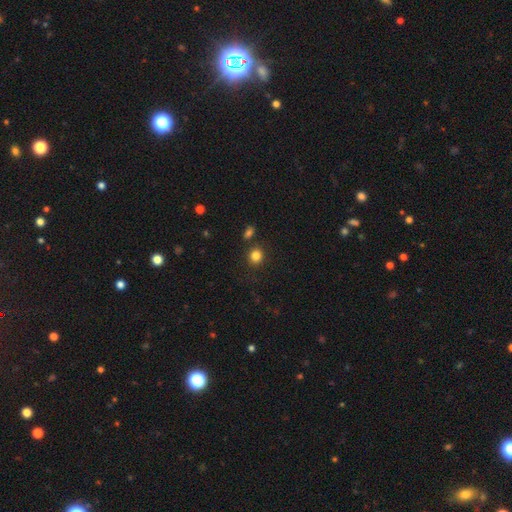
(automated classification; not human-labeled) Q: Smooth or featured?
A: smooth (82%); runner-up: star or artifact (13%)
Q: How rounded?
A: round (81%); runner-up: in between (18%)
Q: Merging?
A: none (81%); runner-up: minor disturbance (9%)